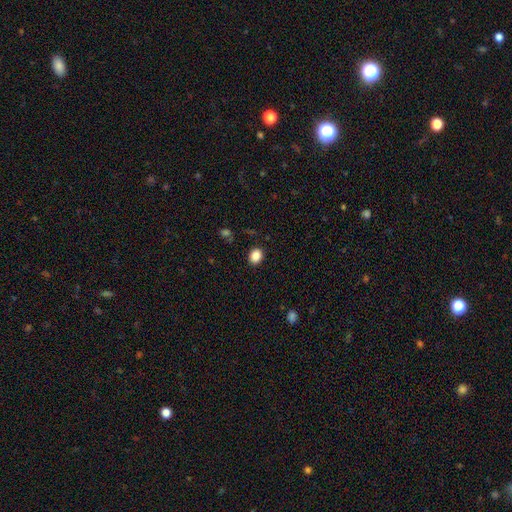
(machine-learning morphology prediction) smooth_or_featured: smooth (p=0.87) [alt: star or artifact p=0.10]
how_rounded: round (p=0.60) [alt: in between p=0.40]
merging: none (p=0.89) [alt: minor disturbance p=0.07]